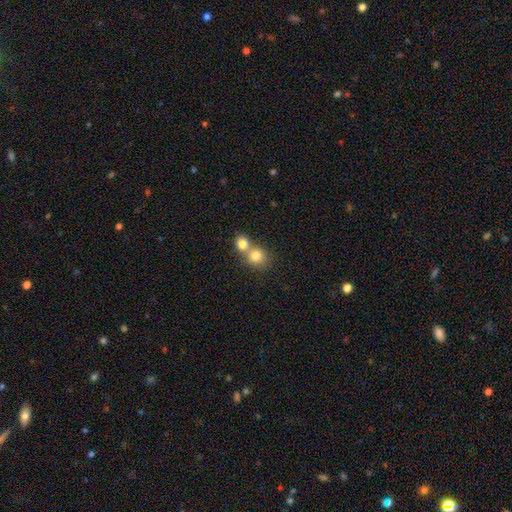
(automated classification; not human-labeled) A smooth galaxy with no disk features (79%) that is round (83%). Merging: merger (59%).